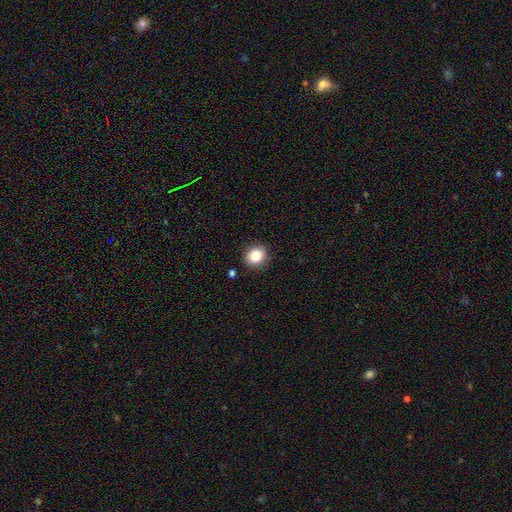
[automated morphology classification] A smooth galaxy with no disk features (84%) that is round (74%). Merging: none (89%).